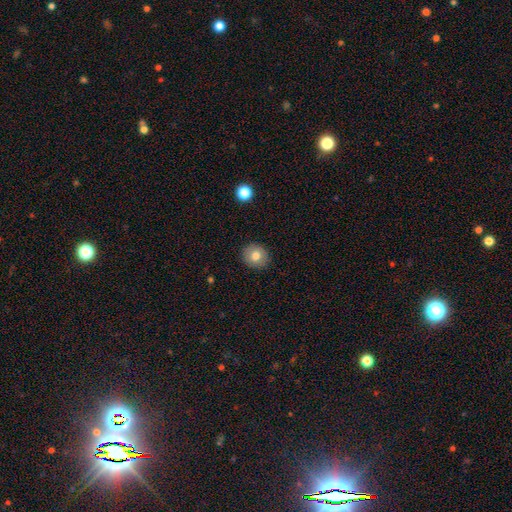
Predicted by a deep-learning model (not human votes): Smooth or featured? Predicted: smooth (p=0.78). How rounded? Predicted: round (p=0.81). Merging? Predicted: none (p=0.90).